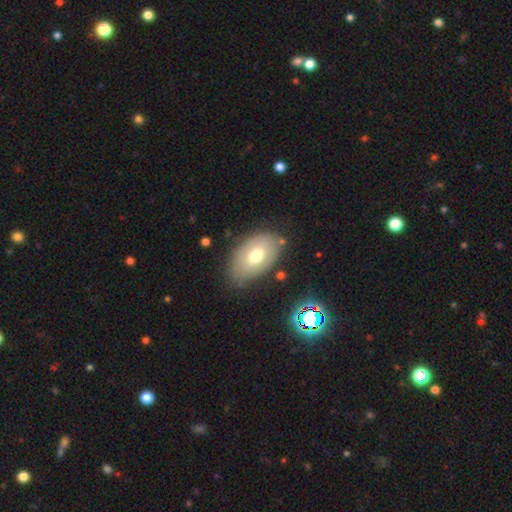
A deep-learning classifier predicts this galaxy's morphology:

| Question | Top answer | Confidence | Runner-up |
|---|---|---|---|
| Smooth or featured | smooth | 65% | featured or disk (27%) |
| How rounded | in between | 92% | round (6%) |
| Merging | none | 75% | minor disturbance (18%) |